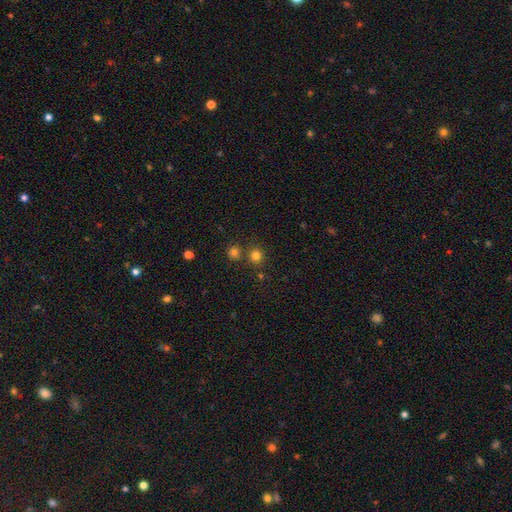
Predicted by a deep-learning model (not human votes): Morphology: type=smooth (77%); roundness=round (91%); merging=none (75%).